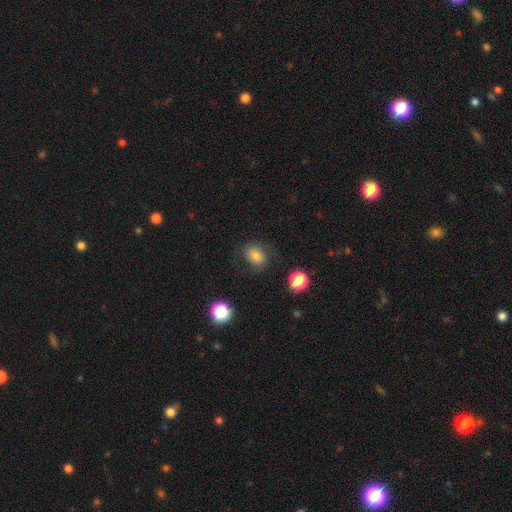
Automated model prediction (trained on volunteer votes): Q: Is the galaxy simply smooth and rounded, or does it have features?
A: smooth — 73%.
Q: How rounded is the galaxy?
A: in between — 53%.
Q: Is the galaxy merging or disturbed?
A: none — 74%.